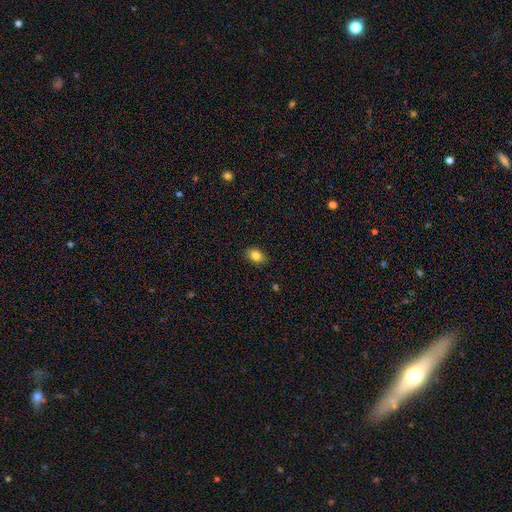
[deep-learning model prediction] smooth 85%, star or artifact 9%, featured or disk 6%. Down the decision tree: how rounded — in between (76%); merging — none (89%).